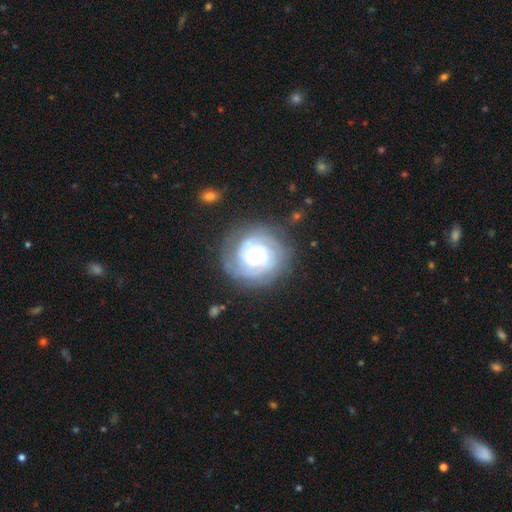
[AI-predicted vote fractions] Smooth or featured? featured or disk (79%)
Edge-on disk? no (98%)
Bar? no (73%)
Spiral arms? yes (93%)
Spiral winding? tight (75%)
Spiral arm count? can't tell (32%)
Bulge size? moderate (59%)
Merging? none (79%)